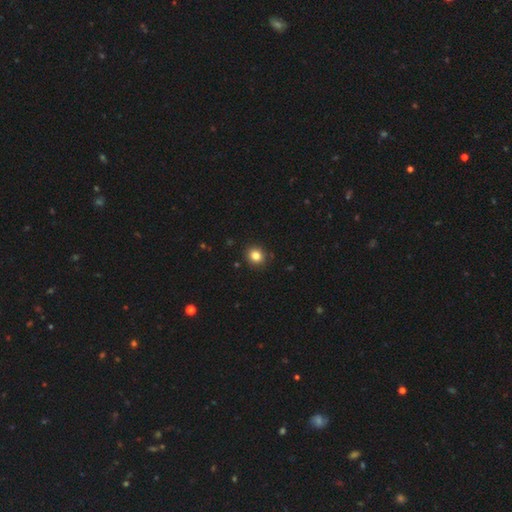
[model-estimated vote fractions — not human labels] Morphology: type=smooth (83%); roundness=round (81%); merging=none (90%).